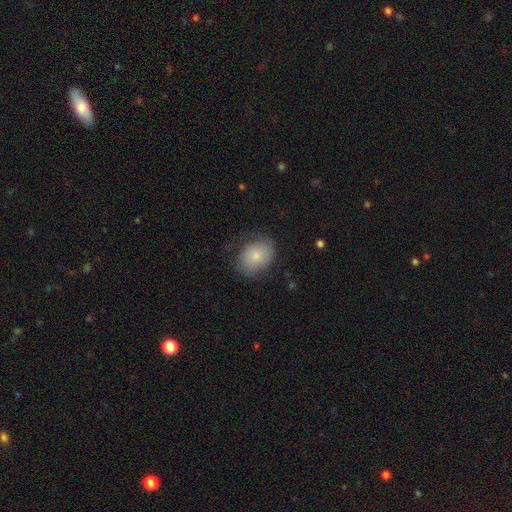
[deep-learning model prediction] smooth 74%, featured or disk 19%, star or artifact 7%. Down the decision tree: how rounded — in between (64%); merging — none (66%).